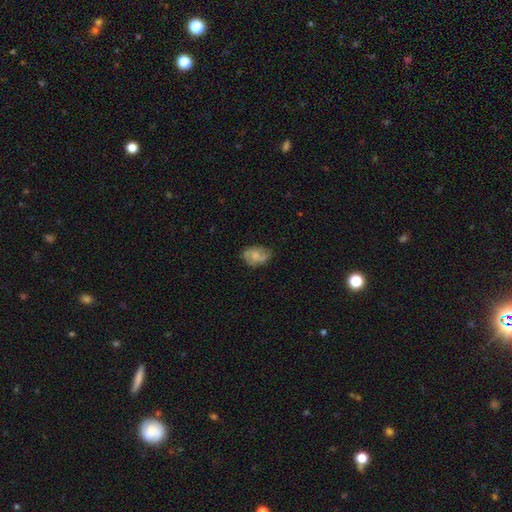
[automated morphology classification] type=smooth (58%); roundness=in between (77%); merging=none (63%).